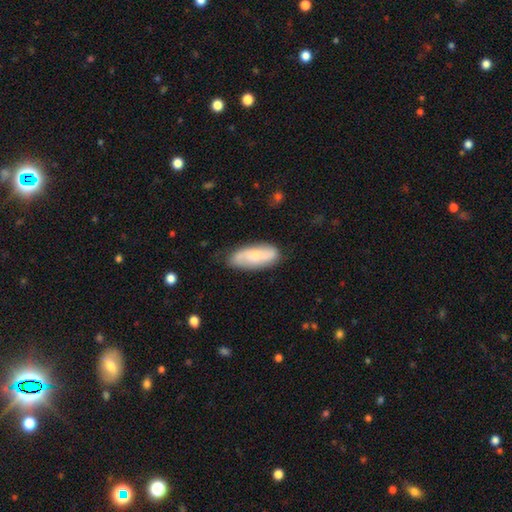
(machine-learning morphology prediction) smooth-or-featured: smooth: 50% | featured or disk: 44% | star or artifact: 6%
  merging: none: 78% | minor disturbance: 17% | major disturbance: 3% | merger: 2%